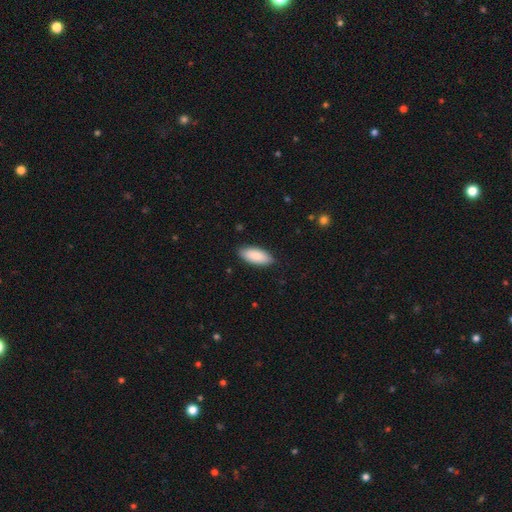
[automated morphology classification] Smooth or featured? Predicted: smooth (p=0.90). How rounded? Predicted: in between (p=0.86). Merging? Predicted: none (p=0.88).